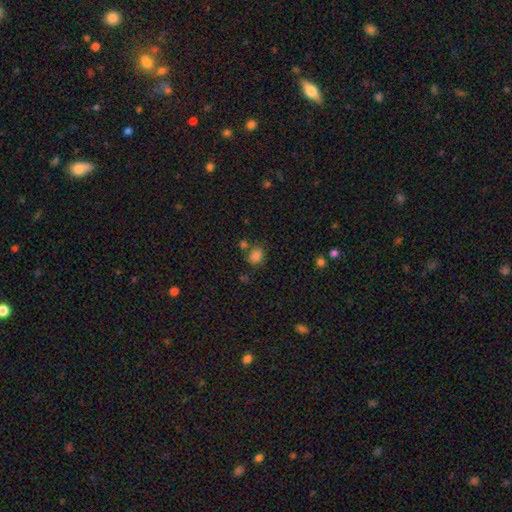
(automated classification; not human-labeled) A smooth galaxy with no disk features (80%) that is in between round and cigar-shaped (58%).

Vote fractions:
- Smooth or featured? smooth: 80% / star or artifact: 13% / featured or disk: 6%
- How rounded? in between: 58% / round: 41% / cigar-shaped: 1%
- Merging? none: 62% / minor disturbance: 17% / merger: 16% / major disturbance: 6%